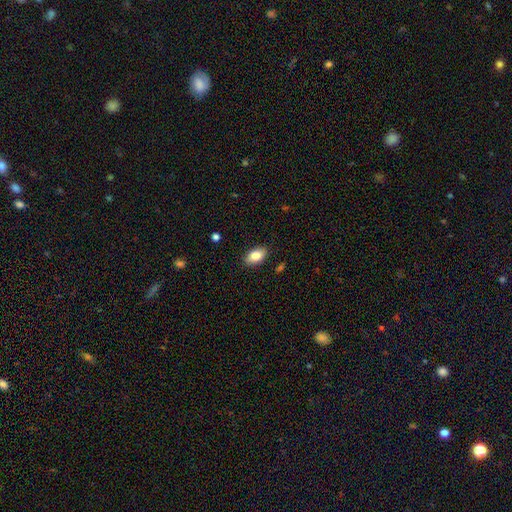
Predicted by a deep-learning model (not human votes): Smooth or featured? Predicted: smooth (p=0.83). How rounded? Predicted: in between (p=0.91). Merging? Predicted: none (p=0.87).